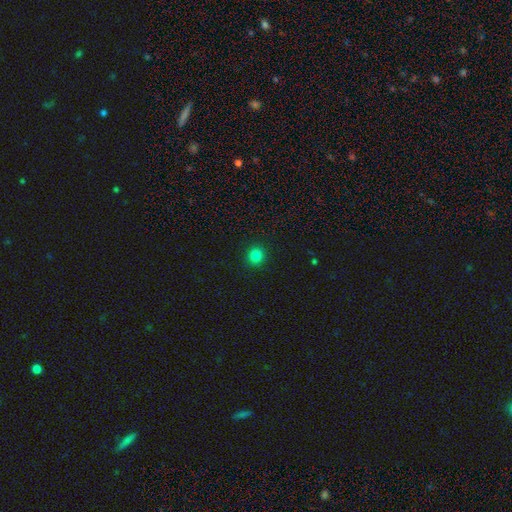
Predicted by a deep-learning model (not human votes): This appears to be a smooth galaxy with no disk features (83%) that is round (90%). Merging: none (92%).